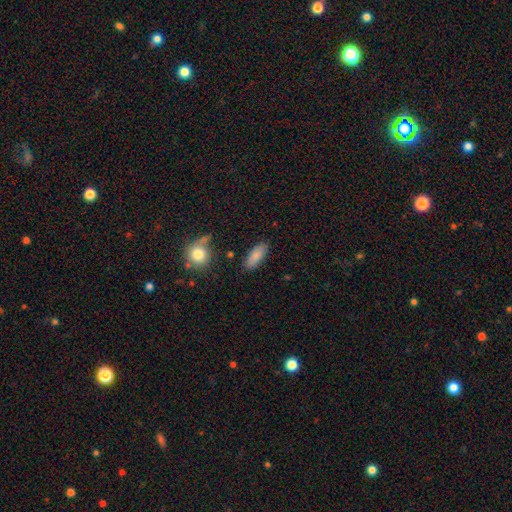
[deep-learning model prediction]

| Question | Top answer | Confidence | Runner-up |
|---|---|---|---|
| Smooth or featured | smooth | 85% | featured or disk (9%) |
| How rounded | in between | 75% | cigar-shaped (22%) |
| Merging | none | 83% | minor disturbance (12%) |